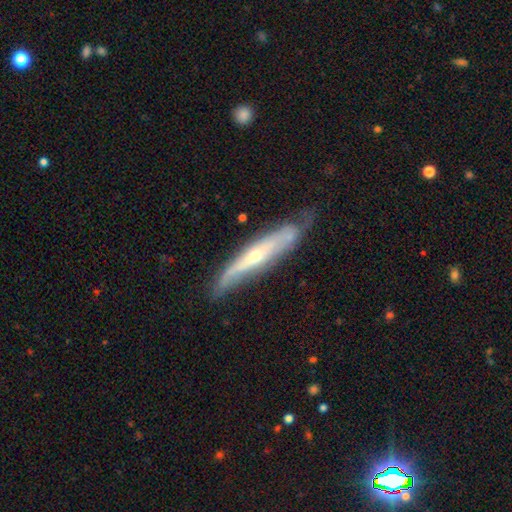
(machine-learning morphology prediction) smooth_or_featured: featured or disk (p=0.73) [alt: smooth p=0.21]
disk_edge_on: yes (p=0.62) [alt: no p=0.38]
merging: none (p=0.67) [alt: minor disturbance p=0.24]